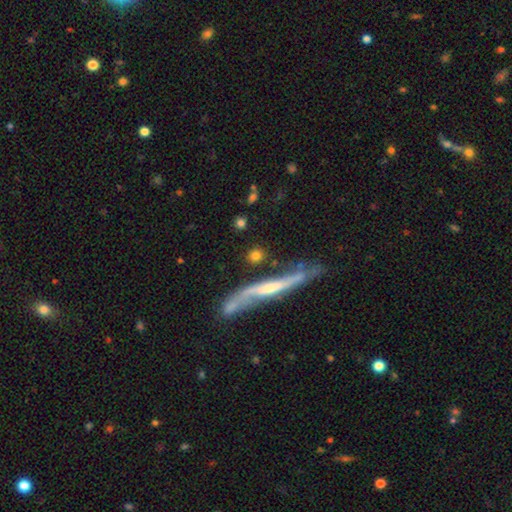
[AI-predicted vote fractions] Smooth or featured?
  - smooth: 71% *
  - featured or disk: 22%
  - star or artifact: 8%
How rounded?
  - round: 66% *
  - cigar-shaped: 20%
  - in between: 13%
Merging?
  - none: 72% *
  - minor disturbance: 12%
  - merger: 10%
  - major disturbance: 6%